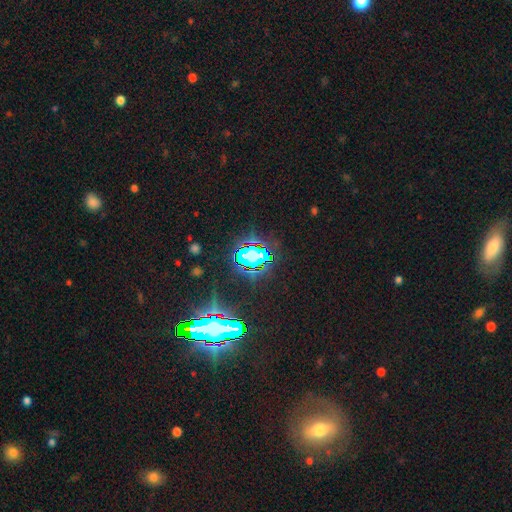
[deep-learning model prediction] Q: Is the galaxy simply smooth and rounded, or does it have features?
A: star or artifact — 69%.